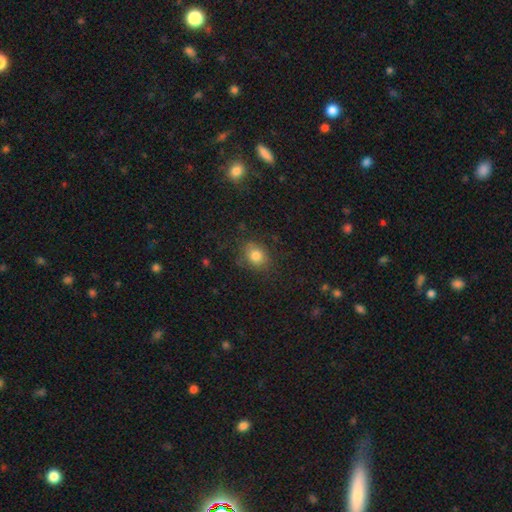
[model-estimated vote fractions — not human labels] A smooth galaxy with no disk features (80%) that is round (52%).

Vote fractions:
- Smooth or featured? smooth: 80% / star or artifact: 11% / featured or disk: 9%
- How rounded? round: 52% / in between: 47% / cigar-shaped: 1%
- Merging? none: 77% / minor disturbance: 16% / major disturbance: 6% / merger: 2%